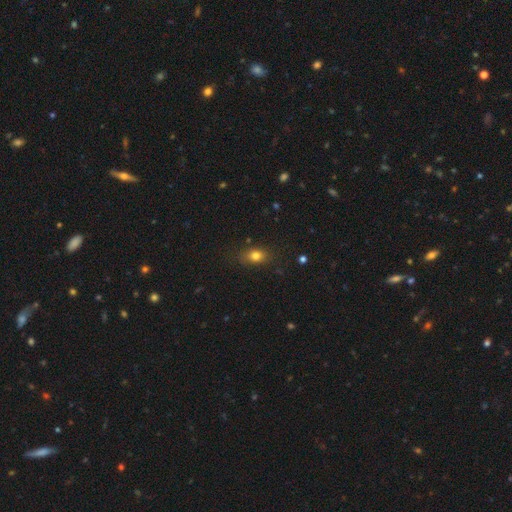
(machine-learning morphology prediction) Smooth or featured: smooth — 79% (star or artifact — 12%)
How rounded: in between — 67% (round — 30%)
Merging: none — 79% (minor disturbance — 15%)